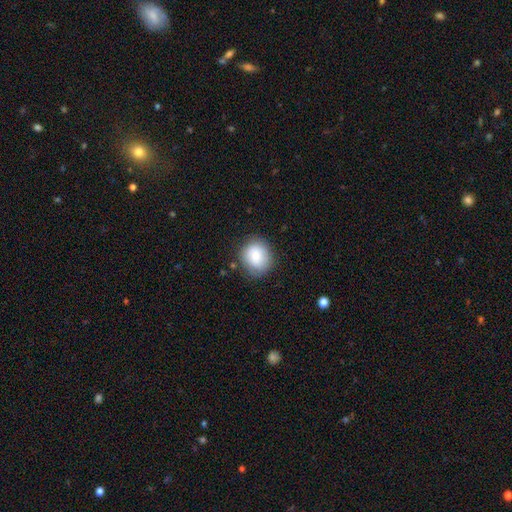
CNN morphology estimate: This appears to be a smooth galaxy with no disk features (82%) that is round (77%). Merging: none (80%).